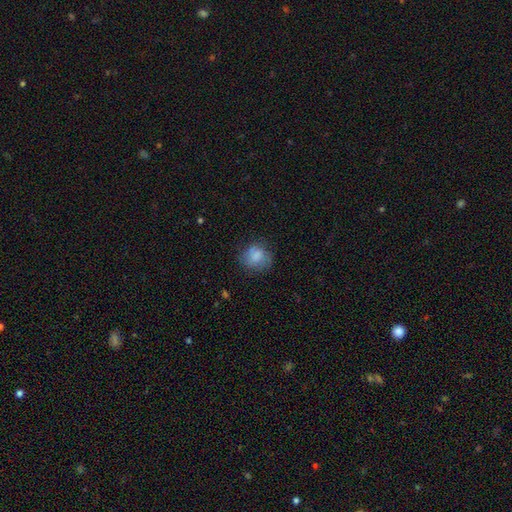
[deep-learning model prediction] The model was most divided on "merging": none: 66%, minor disturbance: 22%, major disturbance: 10%, merger: 2%. More confident: how rounded — round (74%); smooth or featured — smooth (71%).